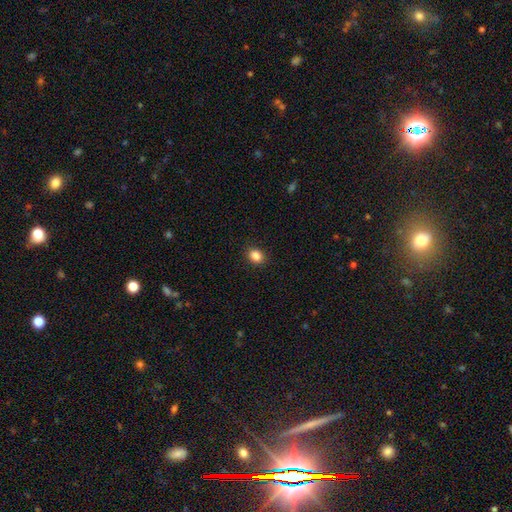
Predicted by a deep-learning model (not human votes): This appears to be a smooth galaxy with no disk features (86%) that is round (54%). Merging: none (90%).